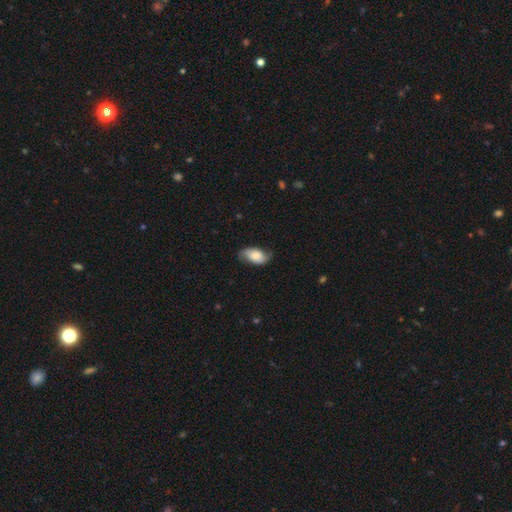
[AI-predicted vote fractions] A smooth galaxy with no disk features (59%) that is in between round and cigar-shaped (93%).

Vote fractions:
- Smooth or featured? smooth: 59% / featured or disk: 34% / star or artifact: 7%
- How rounded? in between: 93% / round: 4% / cigar-shaped: 3%
- Merging? none: 68% / minor disturbance: 24% / major disturbance: 6% / merger: 1%